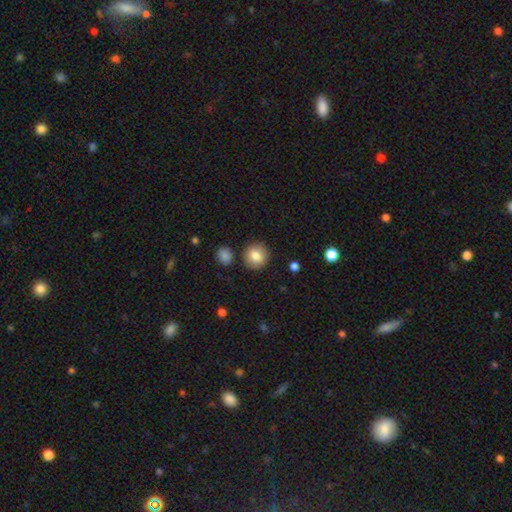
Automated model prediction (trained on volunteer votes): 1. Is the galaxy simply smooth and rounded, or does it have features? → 83% smooth, 8% star or artifact, 8% featured or disk.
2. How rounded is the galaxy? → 87% round, 12% in between, 1% cigar-shaped.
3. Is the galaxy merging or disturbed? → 87% none, 8% minor disturbance, 3% merger, 2% major disturbance.